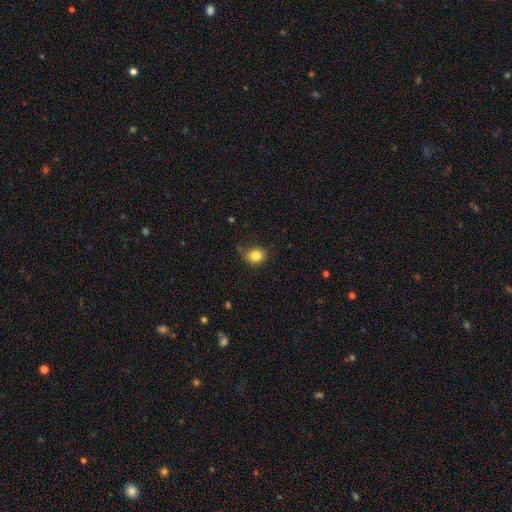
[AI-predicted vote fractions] This is clearly a smooth galaxy (82%). How rounded: likely round (67%). Merging: possibly none (60%).